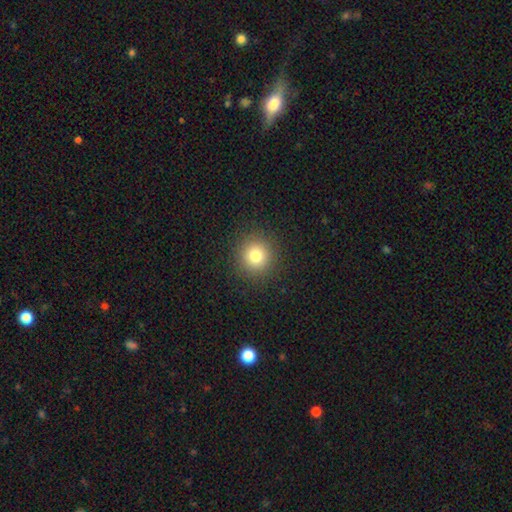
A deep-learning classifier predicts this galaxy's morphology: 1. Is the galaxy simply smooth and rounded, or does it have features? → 79% smooth, 13% star or artifact, 8% featured or disk.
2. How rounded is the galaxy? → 93% round, 6% in between, 1% cigar-shaped.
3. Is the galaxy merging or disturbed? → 90% none, 6% minor disturbance, 3% major disturbance, 1% merger.